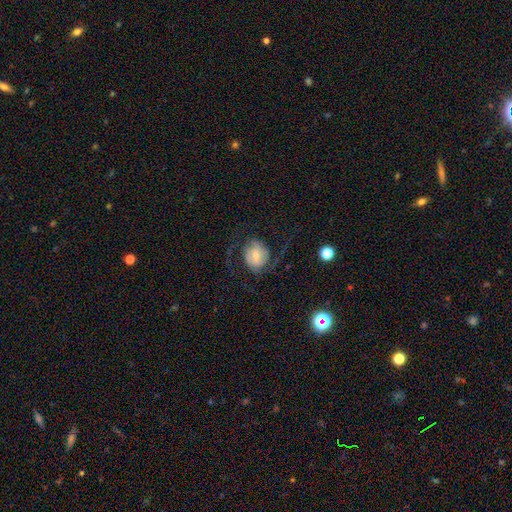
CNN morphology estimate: A featured or disk galaxy (68%) with a weak bar (45%), 2 (80%) loose (43%) spiral arms (90%) and a small central bulge (47%). Merging: none (63%).